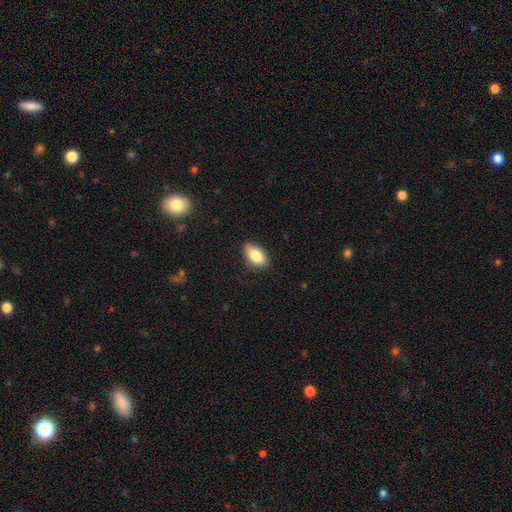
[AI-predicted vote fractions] A smooth galaxy with no disk features (83%) that is in between round and cigar-shaped (90%).

Vote fractions:
- Smooth or featured? smooth: 83% / featured or disk: 10% / star or artifact: 8%
- How rounded? in between: 90% / round: 8% / cigar-shaped: 2%
- Merging? none: 76% / minor disturbance: 20% / major disturbance: 3% / merger: 1%